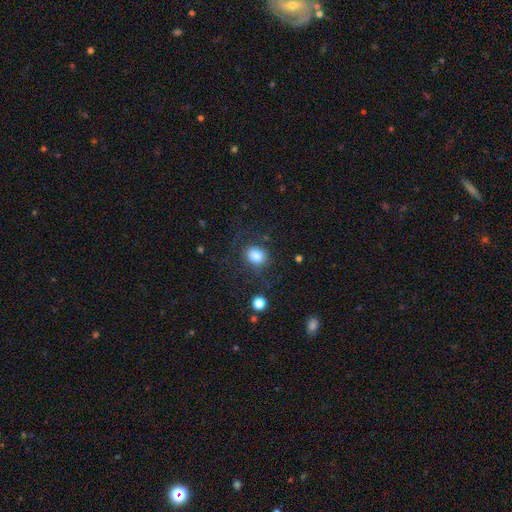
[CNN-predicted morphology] type=smooth (82%); roundness=round (65%); merging=none (74%).